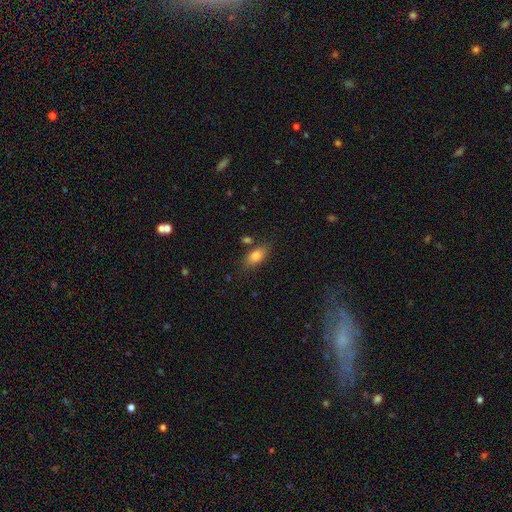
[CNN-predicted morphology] The model was most divided on "merging": none: 73%, minor disturbance: 16%, merger: 7%, major disturbance: 4%. More confident: how rounded — in between (86%); smooth or featured — smooth (82%).